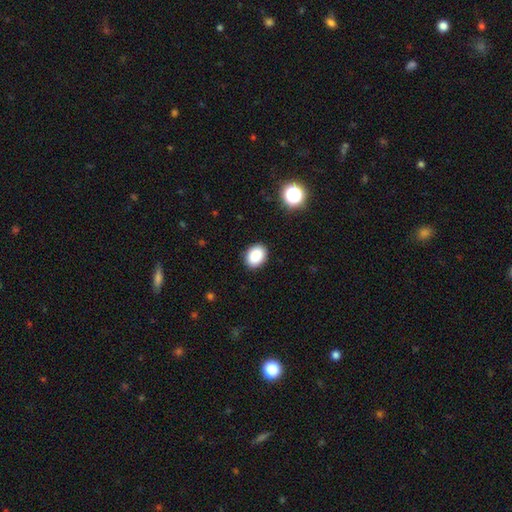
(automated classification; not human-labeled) Q: Smooth or featured?
A: smooth (88%); runner-up: star or artifact (9%)
Q: How rounded?
A: in between (63%); runner-up: round (36%)
Q: Merging?
A: none (90%); runner-up: minor disturbance (7%)